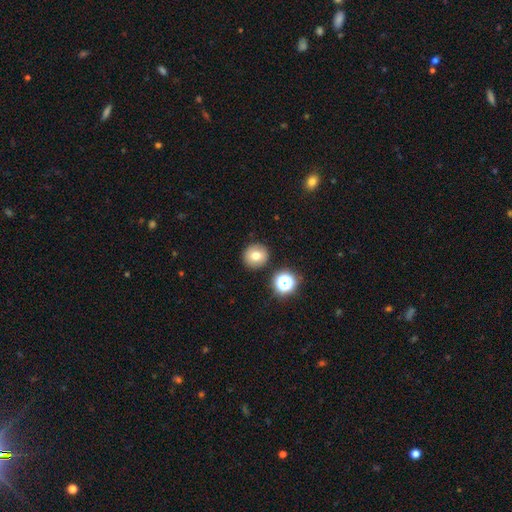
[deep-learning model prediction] The model was most divided on "smooth or featured": smooth: 74%, star or artifact: 13%, featured or disk: 13%. More confident: how rounded — round (92%); merging — none (88%).